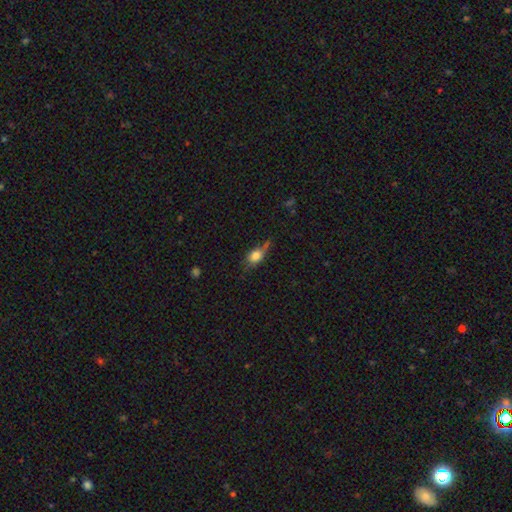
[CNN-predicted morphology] Smooth or featured?
  - smooth: 76% *
  - featured or disk: 14%
  - star or artifact: 10%
How rounded?
  - in between: 66% *
  - round: 28%
  - cigar-shaped: 6%
Merging?
  - none: 44% *
  - minor disturbance: 32%
  - major disturbance: 14%
  - merger: 10%